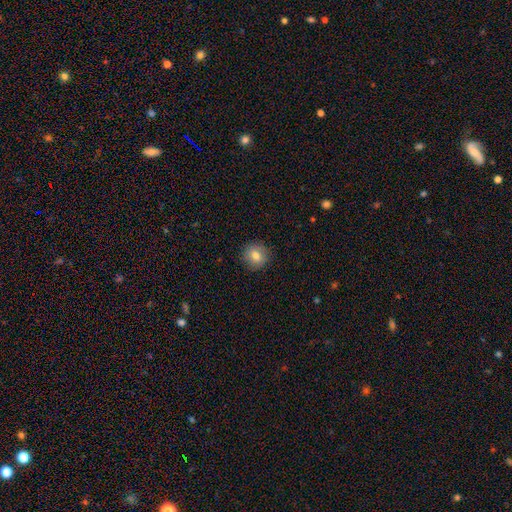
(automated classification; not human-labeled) A smooth galaxy with no disk features (76%) that is round (89%).

Vote fractions:
- Smooth or featured? smooth: 76% / featured or disk: 14% / star or artifact: 10%
- How rounded? round: 89% / in between: 10% / cigar-shaped: 1%
- Merging? none: 88% / minor disturbance: 8% / major disturbance: 2% / merger: 1%